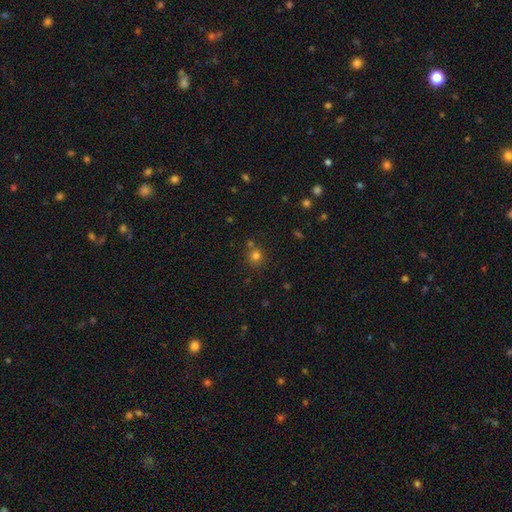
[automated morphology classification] Overall: smooth (76%). How rounded: round (87%). Merging: none (70%).